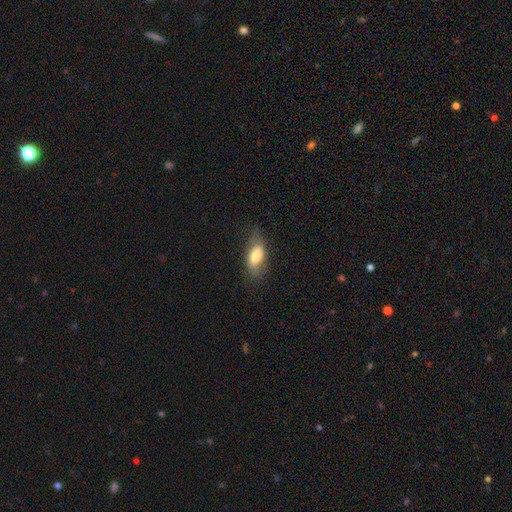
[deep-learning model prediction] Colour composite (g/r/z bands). It shows a smooth galaxy with no disk features (71%) that is in between round and cigar-shaped (87%). Merging: none (64%).